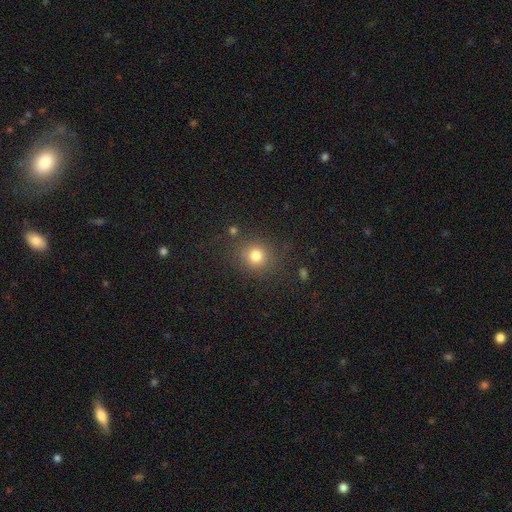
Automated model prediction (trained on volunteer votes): Overall: smooth (80%). How rounded: round (87%). Merging: none (82%).